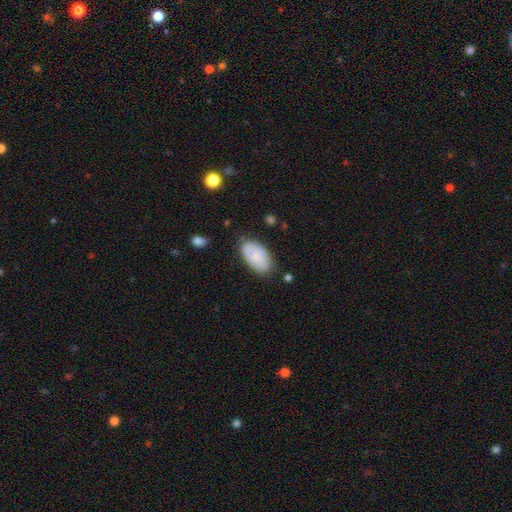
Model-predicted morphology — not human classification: Smooth or featured? Predicted: smooth (p=0.78). How rounded? Predicted: in between (p=0.95). Merging? Predicted: none (p=0.78).